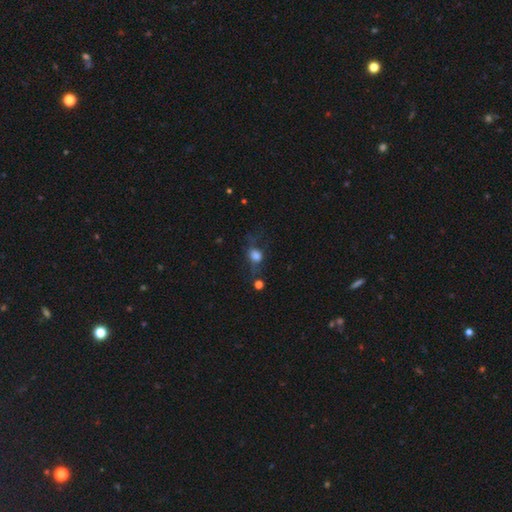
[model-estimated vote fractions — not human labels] The model was most divided on "merging": none: 42%, major disturbance: 31%, minor disturbance: 22%, merger: 5%. More confident: smooth or featured — smooth (62%); how rounded — round (58%).